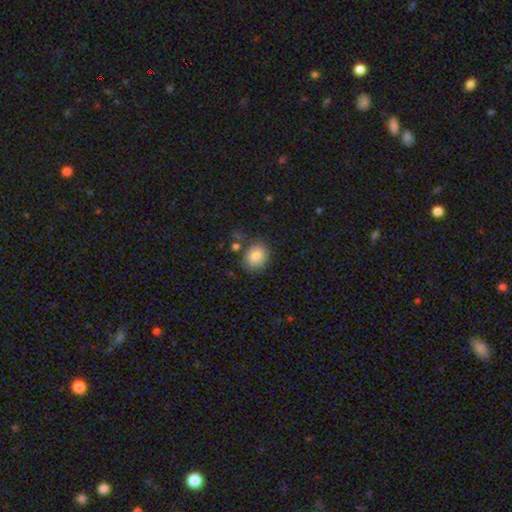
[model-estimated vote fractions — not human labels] This is clearly a smooth galaxy (83%). How rounded: likely round (62%). Merging: likely none (74%).